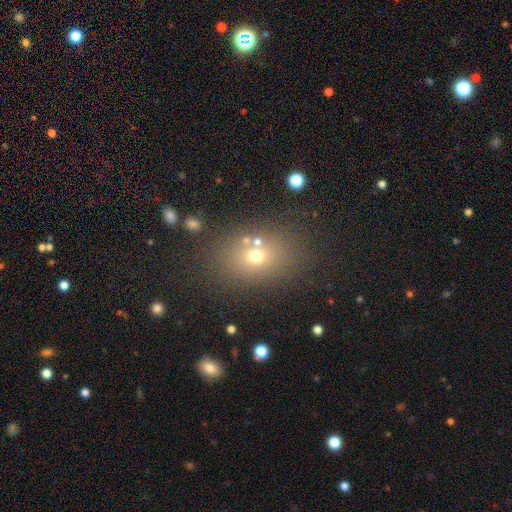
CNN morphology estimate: This appears to be a smooth galaxy with no disk features (64%) that is in between round and cigar-shaped (64%). Merging: none (74%).